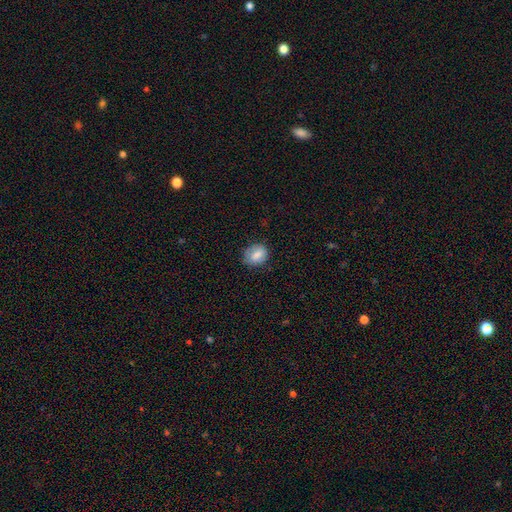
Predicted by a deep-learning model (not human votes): Smooth or featured? Predicted: smooth (p=0.82). How rounded? Predicted: round (p=0.55). Merging? Predicted: none (p=0.77).